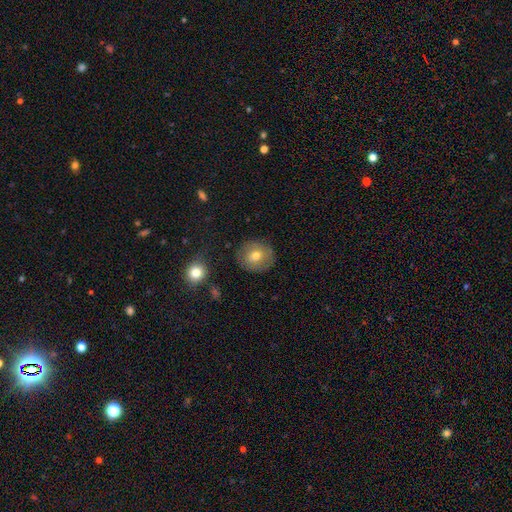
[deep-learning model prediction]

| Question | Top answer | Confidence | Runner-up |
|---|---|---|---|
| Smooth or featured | smooth | 68% | featured or disk (23%) |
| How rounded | round | 84% | in between (15%) |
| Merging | none | 82% | minor disturbance (12%) |